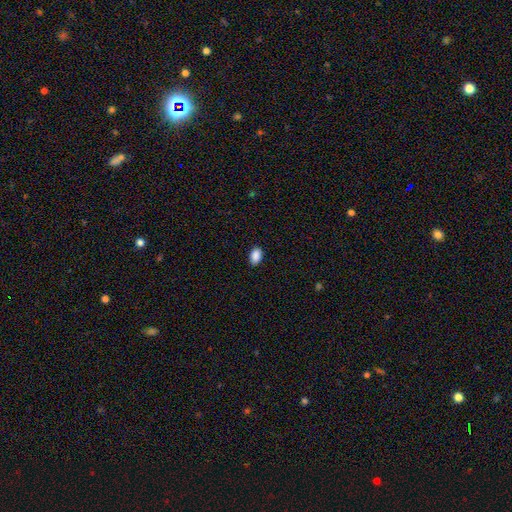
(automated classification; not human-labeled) smooth-or-featured: smooth: 90% | star or artifact: 8% | featured or disk: 3%
  how-rounded: in between: 89% | round: 10% | cigar-shaped: 1%
  merging: none: 89% | minor disturbance: 9% | major disturbance: 2% | merger: 1%